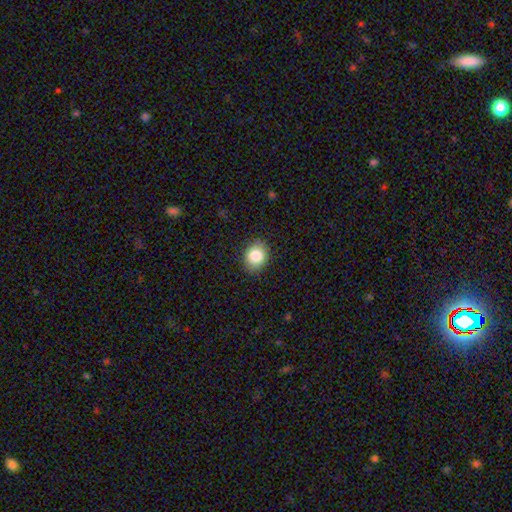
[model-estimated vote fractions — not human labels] A smooth galaxy with no disk features (85%) that is round (54%). Merging: none (87%).